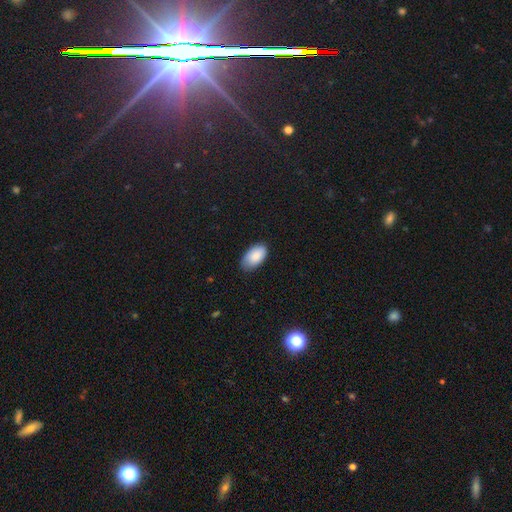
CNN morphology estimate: This appears to be a smooth galaxy with no disk features (87%) that is in between round and cigar-shaped (95%). Merging: none (77%).